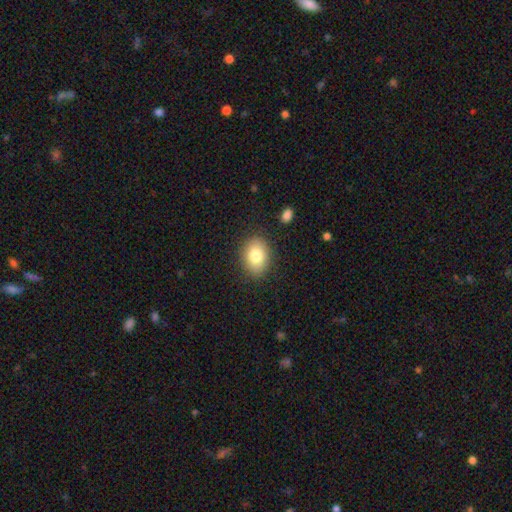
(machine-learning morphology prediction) This is clearly a smooth galaxy (80%). How rounded: likely in between (76%). Merging: clearly none (86%).